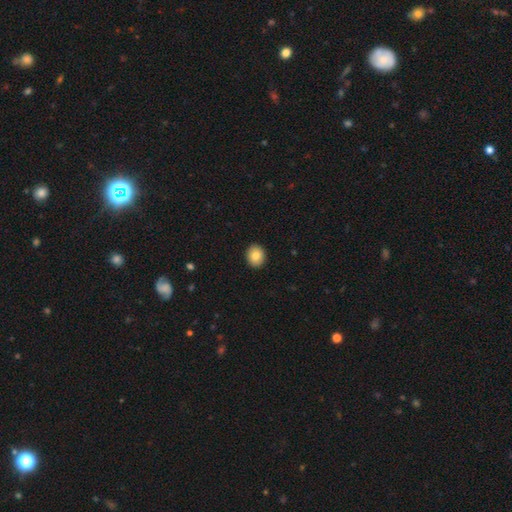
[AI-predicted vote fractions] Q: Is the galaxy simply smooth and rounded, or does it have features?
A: smooth — 84%.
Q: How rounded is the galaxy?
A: round — 66%.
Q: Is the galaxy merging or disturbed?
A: none — 92%.